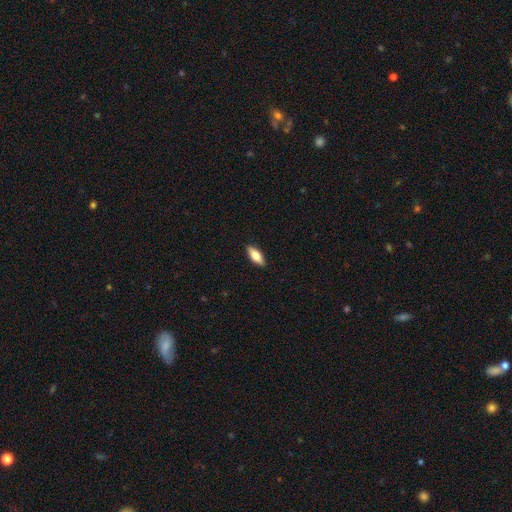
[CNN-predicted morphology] Smooth or featured: smooth — 71% (featured or disk — 23%)
How rounded: in between — 72% (cigar-shaped — 25%)
Merging: none — 89% (minor disturbance — 8%)